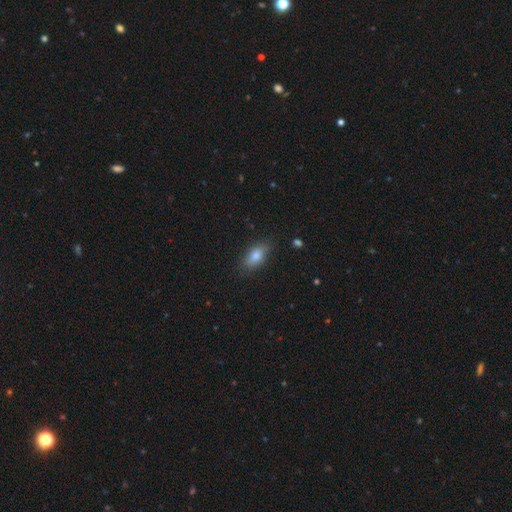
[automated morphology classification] Smooth or featured?
  - smooth: 80% *
  - featured or disk: 11%
  - star or artifact: 9%
How rounded?
  - in between: 85% *
  - cigar-shaped: 9%
  - round: 5%
Merging?
  - none: 84% *
  - minor disturbance: 12%
  - major disturbance: 3%
  - merger: 1%